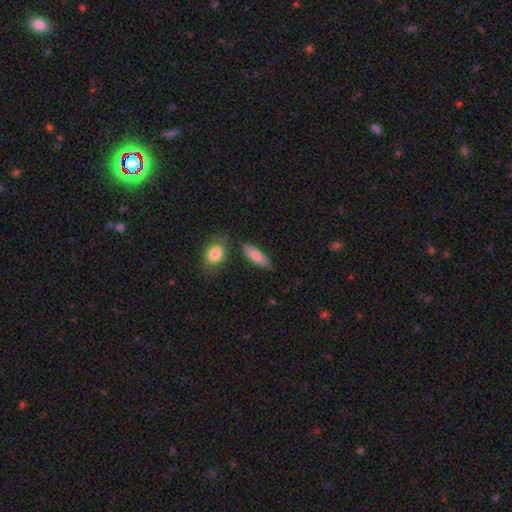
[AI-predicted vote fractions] smooth-or-featured: smooth: 82% | featured or disk: 12% | star or artifact: 6%
  how-rounded: in between: 64% | cigar-shaped: 33% | round: 3%
  merging: none: 75% | minor disturbance: 15% | merger: 7% | major disturbance: 4%